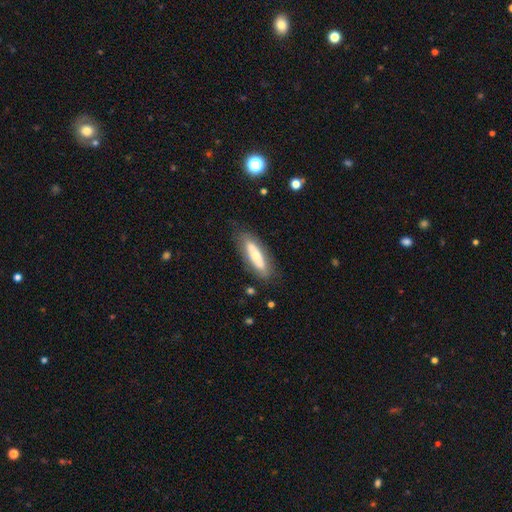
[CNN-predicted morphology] Q: Smooth or featured?
A: smooth (54%); runner-up: featured or disk (40%)
Q: How rounded?
A: cigar-shaped (54%); runner-up: in between (44%)
Q: Merging?
A: none (78%); runner-up: minor disturbance (15%)